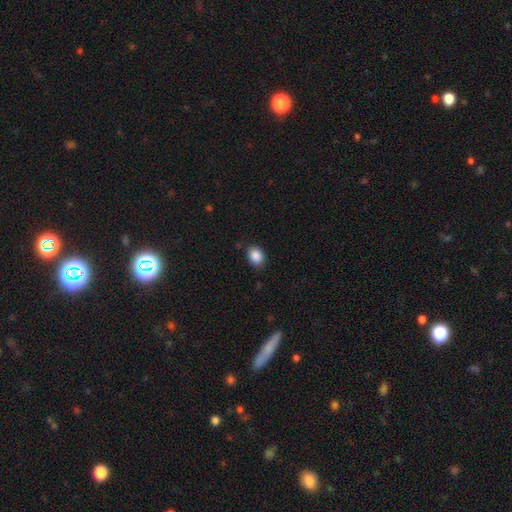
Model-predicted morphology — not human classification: The model was most divided on "how rounded": in between: 59%, round: 40%, cigar-shaped: 1%. More confident: smooth or featured — smooth (88%); merging — none (87%).